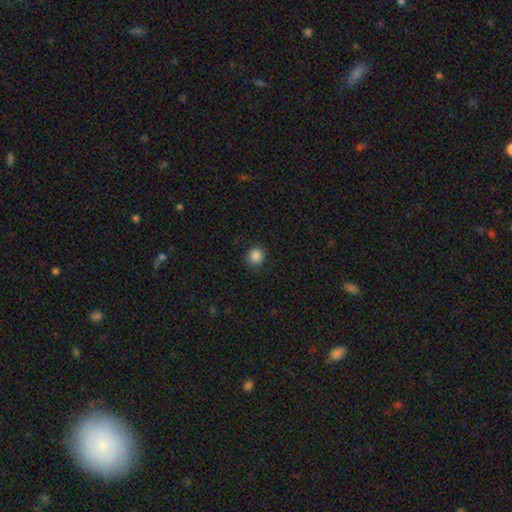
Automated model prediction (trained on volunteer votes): A smooth galaxy with no disk features (86%) that is round (89%). Merging: none (90%).